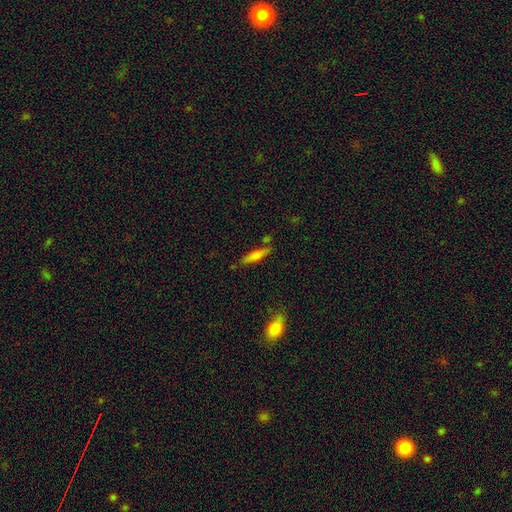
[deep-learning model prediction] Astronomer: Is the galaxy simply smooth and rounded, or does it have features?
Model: smooth — 67%.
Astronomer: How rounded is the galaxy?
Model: cigar-shaped — 79%.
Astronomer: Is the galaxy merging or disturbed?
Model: none — 77%.